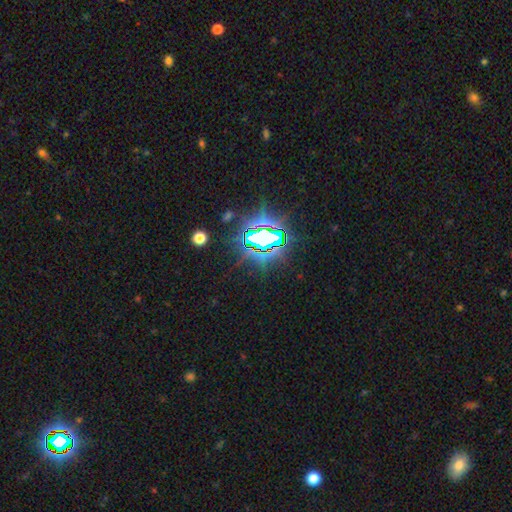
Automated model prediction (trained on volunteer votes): smooth_or_featured: star or artifact (p=0.84) [alt: smooth p=0.10]